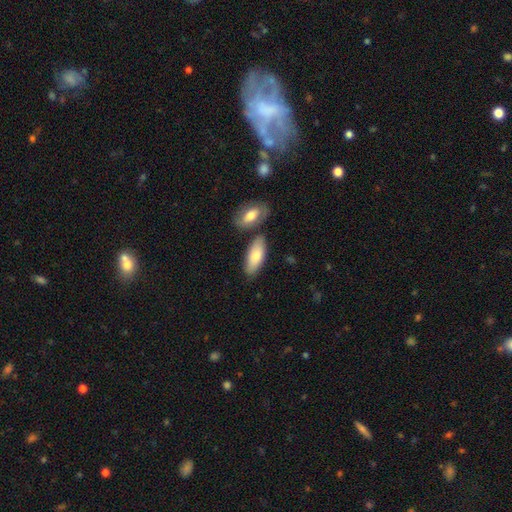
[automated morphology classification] Smooth or featured? Predicted: smooth (p=0.78). How rounded? Predicted: in between (p=0.82). Merging? Predicted: none (p=0.70).